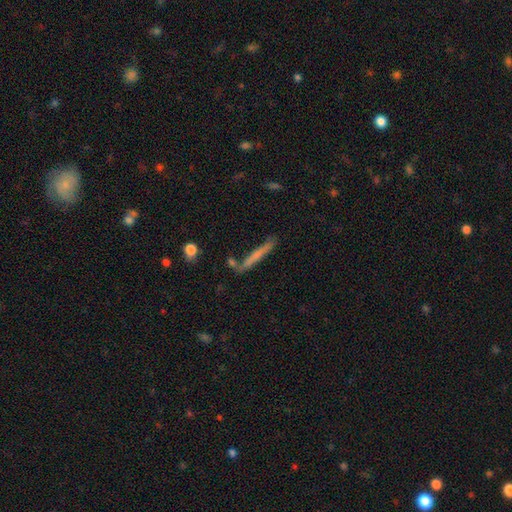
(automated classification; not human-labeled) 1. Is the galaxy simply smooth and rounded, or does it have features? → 55% smooth, 37% featured or disk, 8% star or artifact.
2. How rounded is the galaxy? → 95% cigar-shaped, 3% in between, 2% round.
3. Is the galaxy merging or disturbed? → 75% none, 15% minor disturbance, 6% merger, 4% major disturbance.